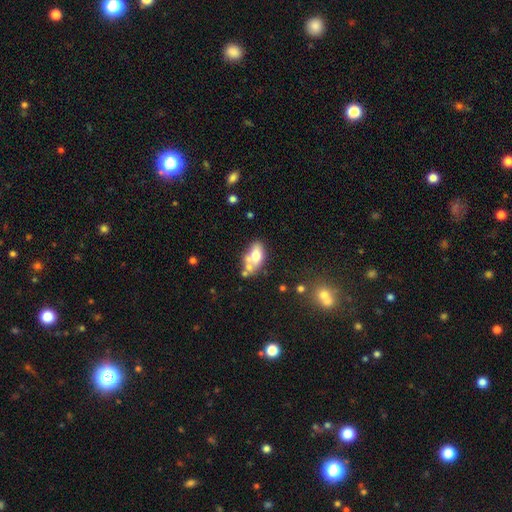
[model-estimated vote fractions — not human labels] Smooth or featured: smooth — 59% (featured or disk — 31%)
How rounded: in between — 89% (round — 8%)
Merging: merger — 35% (none — 34%)